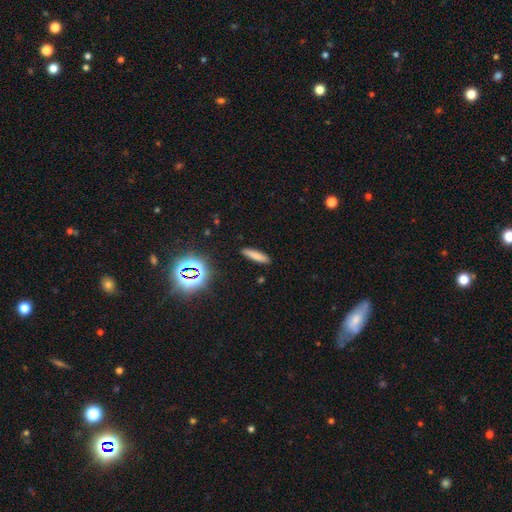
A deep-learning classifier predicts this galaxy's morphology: smooth-or-featured: smooth: 75% | star or artifact: 14% | featured or disk: 12%
  how-rounded: cigar-shaped: 76% | in between: 21% | round: 3%
  merging: none: 89% | minor disturbance: 8% | major disturbance: 2% | merger: 2%